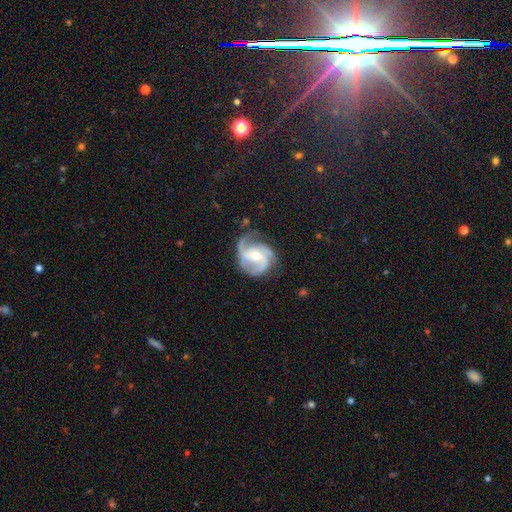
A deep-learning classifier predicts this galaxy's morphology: Smooth or featured?
  - featured or disk: 90% *
  - smooth: 5%
  - star or artifact: 4%
Edge-on disk?
  - no: 98% *
  - yes: 2%
Bar?
  - no: 54% *
  - weak: 34%
  - strong: 13%
Spiral arms?
  - yes: 98% *
  - no: 2%
Spiral winding?
  - medium: 52% *
  - tight: 34%
  - loose: 14%
Spiral arm count?
  - 3: 63% *
  - 2: 19%
  - can't tell: 6%
  - 4: 5%
  - 1: 4%
  - more than 4: 3%
Bulge size?
  - moderate: 57% *
  - small: 39%
  - large: 2%
  - none: 1%
  - dominant: 1%
Merging?
  - none: 71% *
  - minor disturbance: 19%
  - major disturbance: 8%
  - merger: 2%